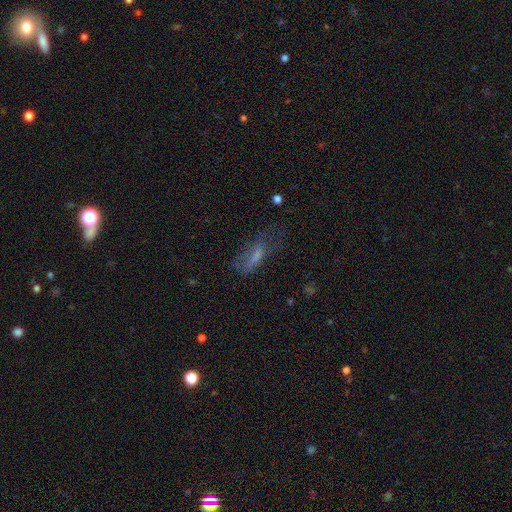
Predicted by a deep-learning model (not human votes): Smooth or featured?
  - smooth: 52% *
  - featured or disk: 33%
  - star or artifact: 15%
How rounded?
  - in between: 53% *
  - cigar-shaped: 44%
  - round: 3%
Merging?
  - none: 43% *
  - major disturbance: 29%
  - minor disturbance: 26%
  - merger: 3%